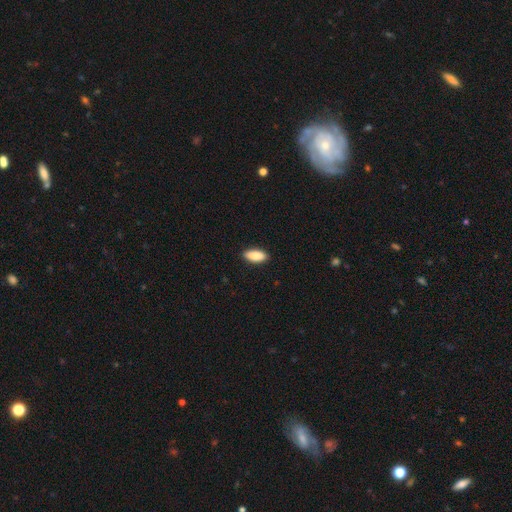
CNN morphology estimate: A smooth galaxy with no disk features (88%) that is in between round and cigar-shaped (79%). Merging: none (90%).